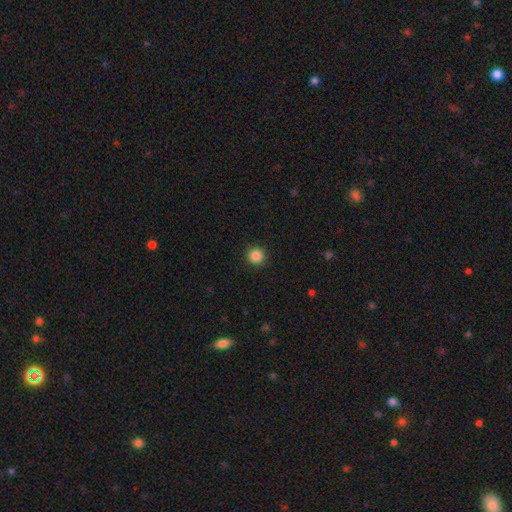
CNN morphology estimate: This is clearly a smooth galaxy (87%). How rounded: clearly round (94%). Merging: clearly none (92%).